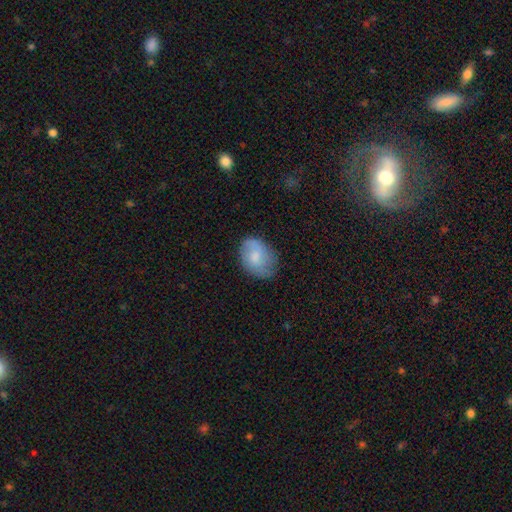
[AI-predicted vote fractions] Smooth or featured? smooth (66%)
How rounded? in between (76%)
Merging? none (67%)